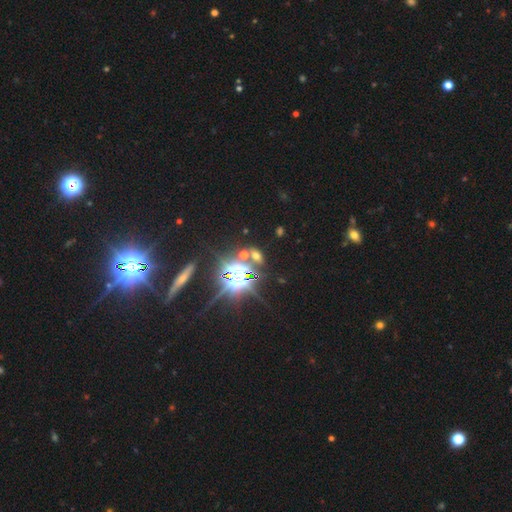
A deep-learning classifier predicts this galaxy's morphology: A star or artifact, not a galaxy (57%).